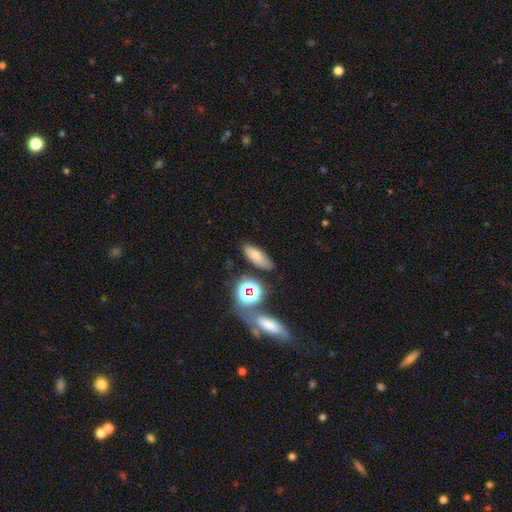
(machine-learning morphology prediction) This is likely a smooth galaxy (72%). How rounded: likely in between (68%). Merging: likely none (76%).